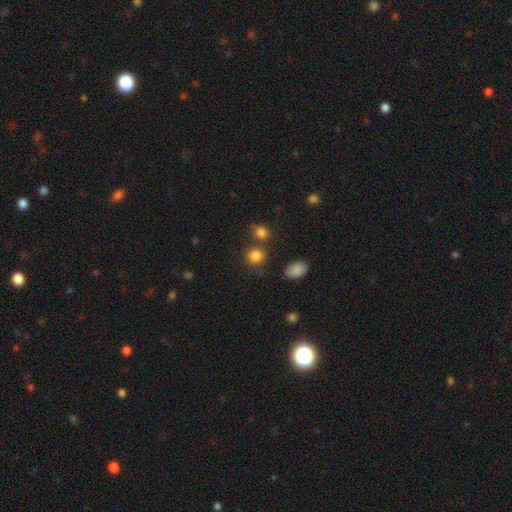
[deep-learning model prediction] Smooth or featured? smooth (83%)
How rounded? round (82%)
Merging? none (74%)